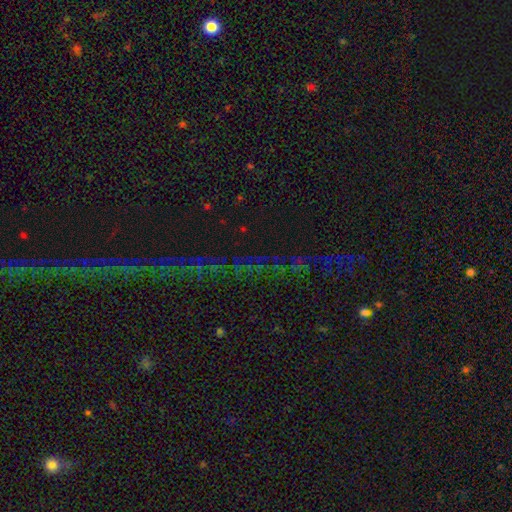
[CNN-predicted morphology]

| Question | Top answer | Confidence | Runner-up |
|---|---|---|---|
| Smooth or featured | star or artifact | 77% | smooth (14%) |